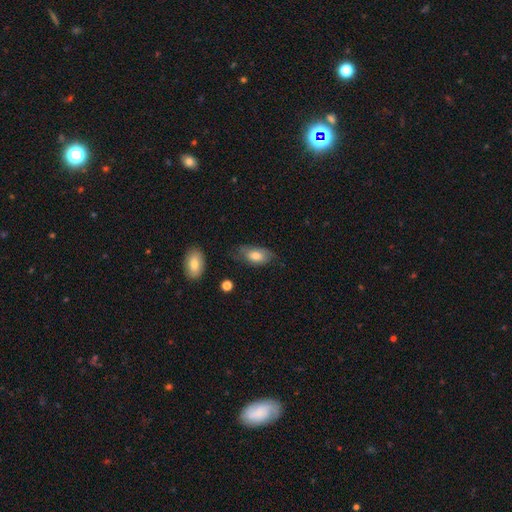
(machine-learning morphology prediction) Q: Smooth or featured?
A: smooth (74%); runner-up: featured or disk (19%)
Q: How rounded?
A: in between (91%); runner-up: round (5%)
Q: Merging?
A: none (59%); runner-up: minor disturbance (30%)